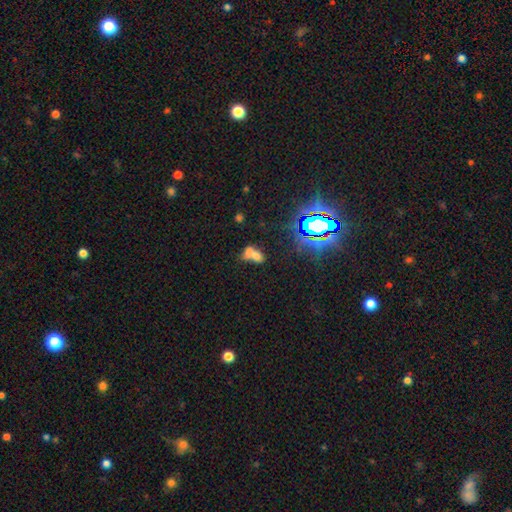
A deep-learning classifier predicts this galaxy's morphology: This appears to be a smooth galaxy with no disk features (58%) that is in between round and cigar-shaped (68%). Merging: merger (71%).